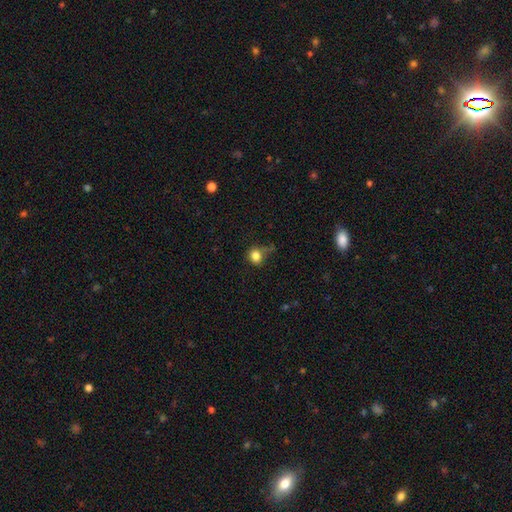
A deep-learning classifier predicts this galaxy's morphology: A smooth galaxy with no disk features (81%) that is round (71%).

Vote fractions:
- Smooth or featured? smooth: 81% / star or artifact: 12% / featured or disk: 8%
- How rounded? round: 71% / in between: 28% / cigar-shaped: 1%
- Merging? none: 53% / minor disturbance: 29% / major disturbance: 14% / merger: 5%